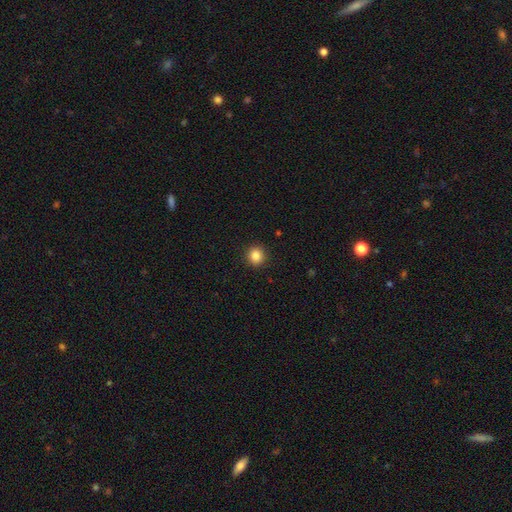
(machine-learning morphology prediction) Smooth or featured? Predicted: smooth (p=0.86). How rounded? Predicted: round (p=0.90). Merging? Predicted: none (p=0.92).